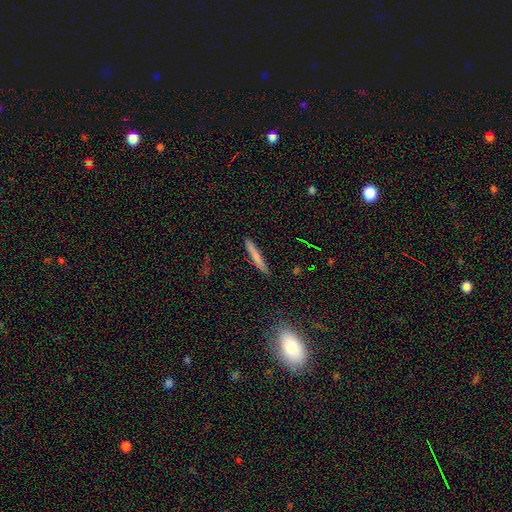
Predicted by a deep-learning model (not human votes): This appears to be a smooth galaxy with no disk features (72%) that is cigar-shaped (96%). Merging: none (88%).